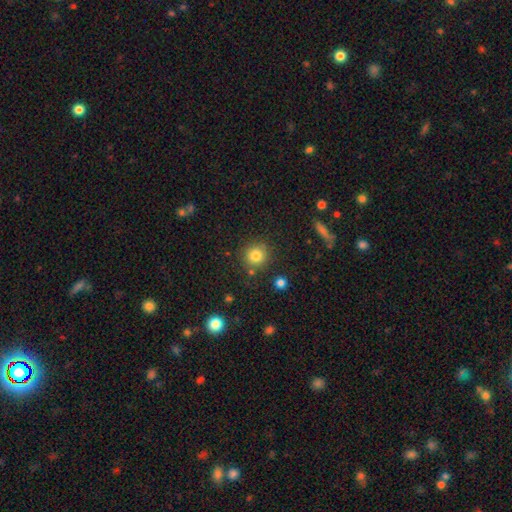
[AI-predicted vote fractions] smooth-or-featured: smooth: 81% | star or artifact: 12% | featured or disk: 7%
  how-rounded: round: 92% | in between: 7% | cigar-shaped: 1%
  merging: none: 84% | minor disturbance: 8% | merger: 5% | major disturbance: 3%